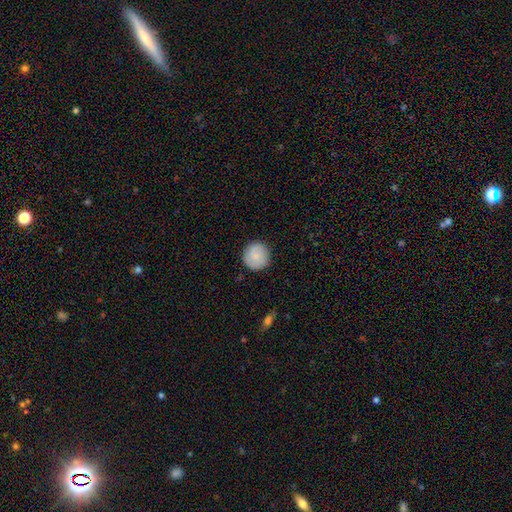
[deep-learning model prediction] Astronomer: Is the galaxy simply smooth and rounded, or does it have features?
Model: smooth — 81%.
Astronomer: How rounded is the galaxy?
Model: round — 94%.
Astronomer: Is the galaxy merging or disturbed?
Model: none — 88%.